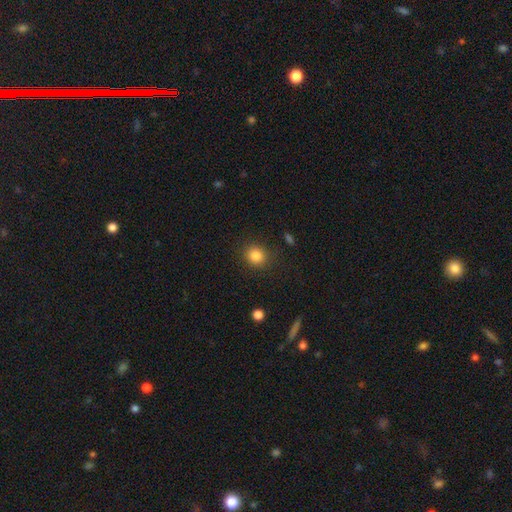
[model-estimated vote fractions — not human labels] Smooth or featured?
  - smooth: 85% *
  - star or artifact: 11%
  - featured or disk: 5%
How rounded?
  - round: 79% *
  - in between: 20%
  - cigar-shaped: 1%
Merging?
  - none: 86% *
  - minor disturbance: 9%
  - major disturbance: 3%
  - merger: 2%